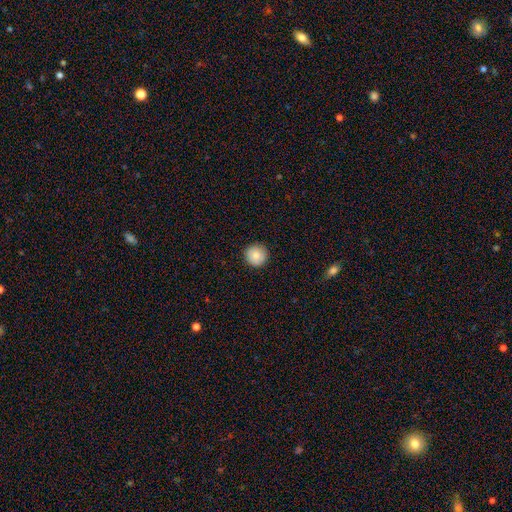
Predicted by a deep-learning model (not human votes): smooth-or-featured: smooth: 85% | star or artifact: 8% | featured or disk: 7%
  how-rounded: round: 96% | in between: 3% | cigar-shaped: 1%
  merging: none: 92% | minor disturbance: 6% | major disturbance: 2% | merger: 1%